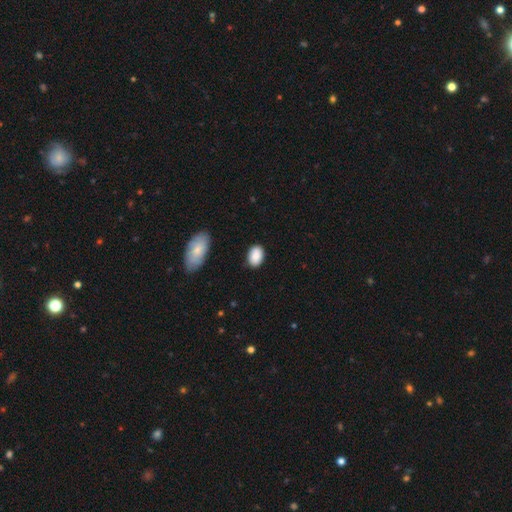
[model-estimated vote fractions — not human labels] The model was most divided on "merging": none: 82%, minor disturbance: 13%, major disturbance: 3%, merger: 2%. More confident: smooth or featured — smooth (88%); how rounded — in between (87%).